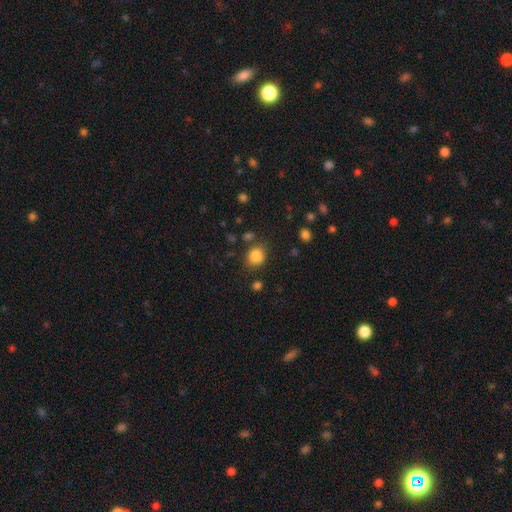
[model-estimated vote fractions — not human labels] smooth 84%, star or artifact 11%, featured or disk 5%. Down the decision tree: how rounded — round (70%); merging — none (76%).